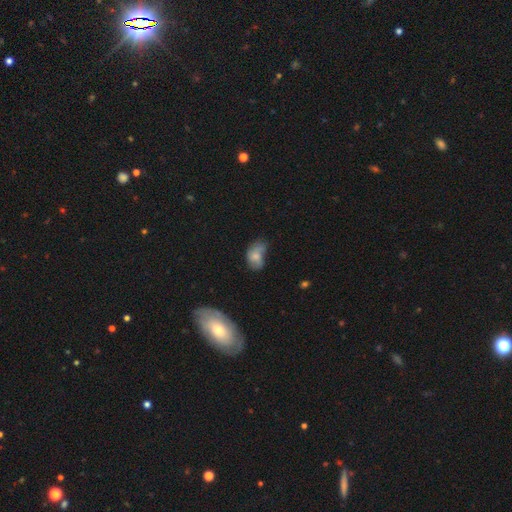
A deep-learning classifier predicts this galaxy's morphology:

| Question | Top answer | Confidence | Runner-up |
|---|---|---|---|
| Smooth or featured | smooth | 62% | featured or disk (28%) |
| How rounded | in between | 85% | round (13%) |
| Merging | minor disturbance | 37% | none (32%) |